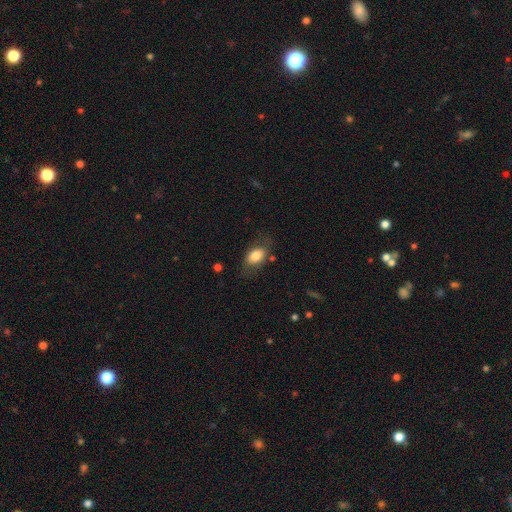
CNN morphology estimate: smooth-or-featured: smooth: 77% | featured or disk: 16% | star or artifact: 7%
  how-rounded: in between: 85% | round: 13% | cigar-shaped: 2%
  merging: none: 66% | minor disturbance: 22% | major disturbance: 10% | merger: 2%